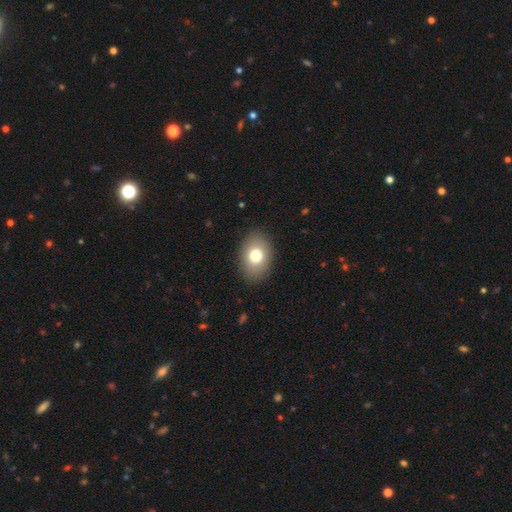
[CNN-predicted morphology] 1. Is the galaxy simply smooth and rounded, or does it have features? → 76% smooth, 15% featured or disk, 9% star or artifact.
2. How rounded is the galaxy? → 80% in between, 19% round, 1% cigar-shaped.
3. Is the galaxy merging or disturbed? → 87% none, 9% minor disturbance, 3% major disturbance, 1% merger.